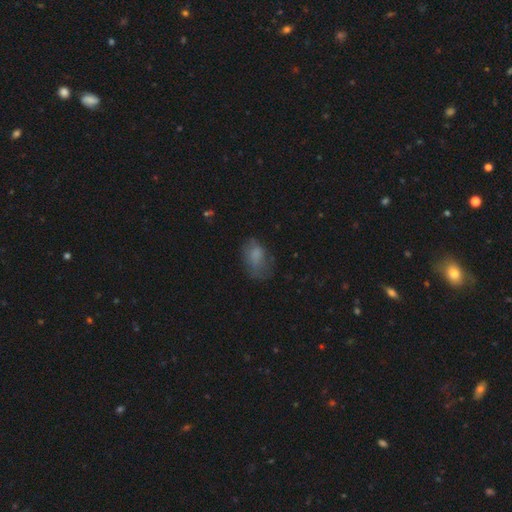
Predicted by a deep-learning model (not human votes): Morphology: type=smooth (69%); roundness=in between (86%); merging=none (46%).